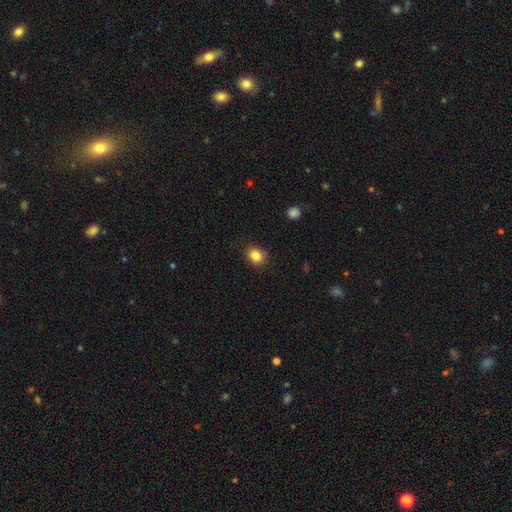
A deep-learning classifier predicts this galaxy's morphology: Smooth or featured?
  - smooth: 85% *
  - star or artifact: 10%
  - featured or disk: 5%
How rounded?
  - round: 59% *
  - in between: 40%
  - cigar-shaped: 1%
Merging?
  - none: 84% *
  - minor disturbance: 12%
  - major disturbance: 3%
  - merger: 1%